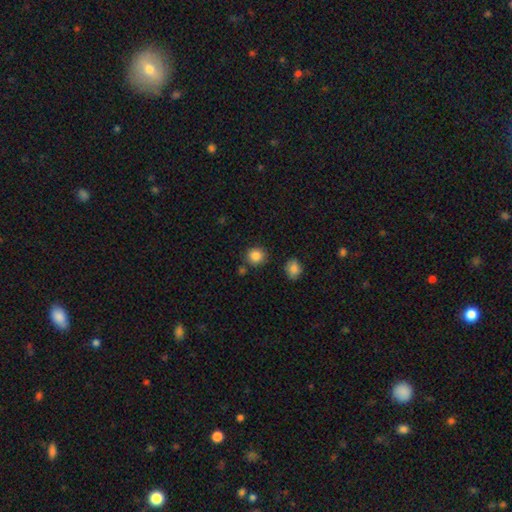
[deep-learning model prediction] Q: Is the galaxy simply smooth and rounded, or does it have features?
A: smooth — 86%.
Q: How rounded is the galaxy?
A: round — 88%.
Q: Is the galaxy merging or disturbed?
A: none — 83%.